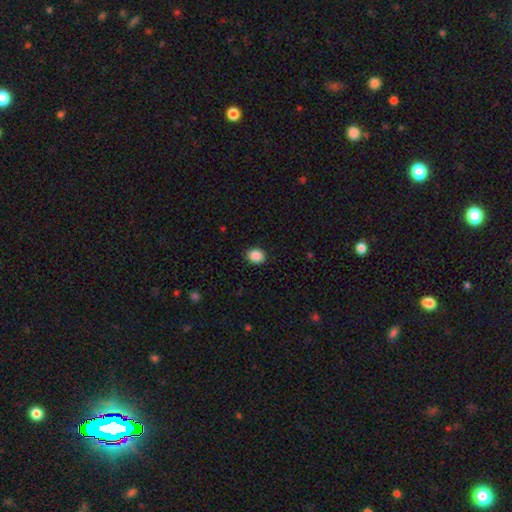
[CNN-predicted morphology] A smooth galaxy with no disk features (88%) that is round (56%). Merging: none (89%).